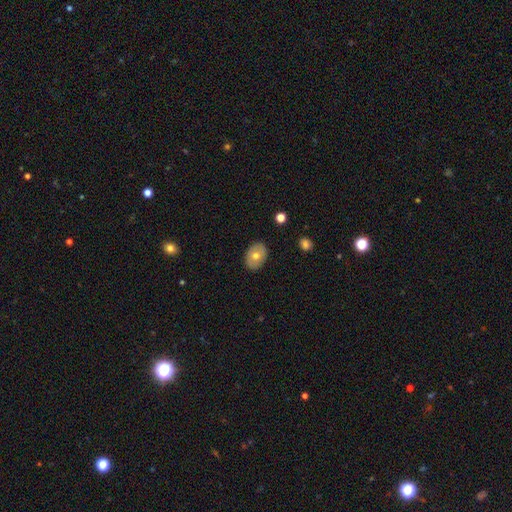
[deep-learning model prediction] Smooth or featured? Predicted: smooth (p=0.65). How rounded? Predicted: in between (p=0.72). Merging? Predicted: none (p=0.87).